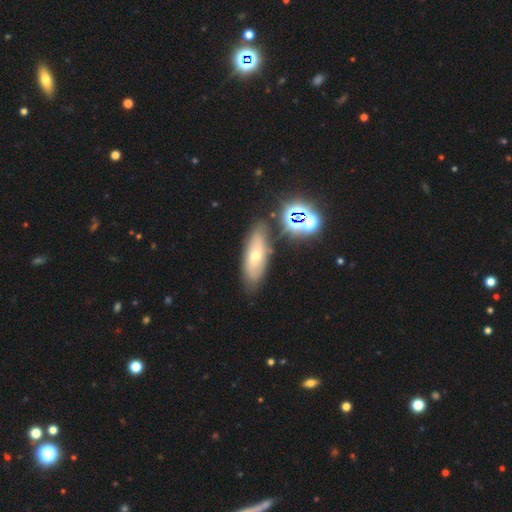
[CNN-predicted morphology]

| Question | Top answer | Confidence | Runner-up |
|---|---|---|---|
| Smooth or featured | smooth | 46% | featured or disk (39%) |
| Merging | none | 76% | minor disturbance (13%) |